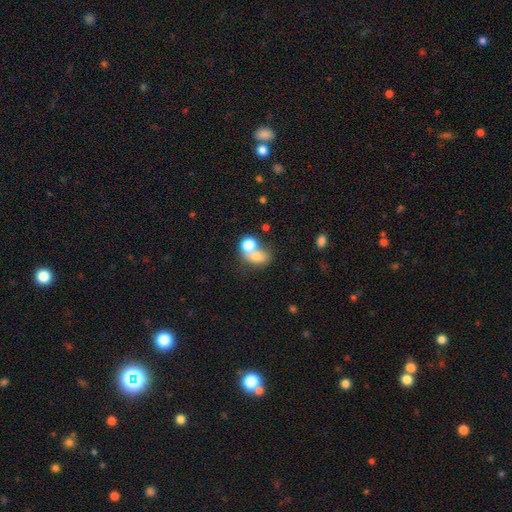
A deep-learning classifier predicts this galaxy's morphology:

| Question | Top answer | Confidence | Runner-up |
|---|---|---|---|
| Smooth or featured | smooth | 72% | featured or disk (17%) |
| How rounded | in between | 50% | round (48%) |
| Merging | merger | 65% | none (21%) |